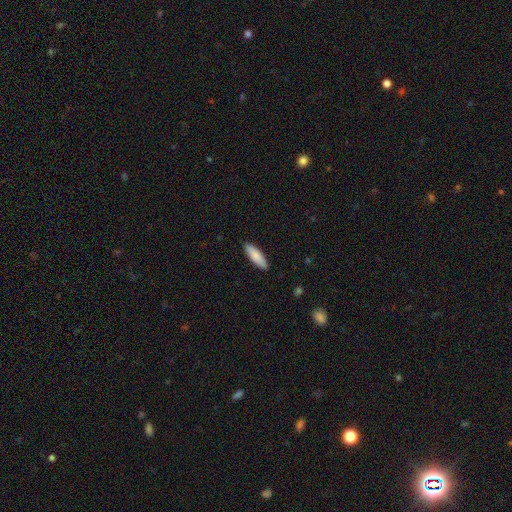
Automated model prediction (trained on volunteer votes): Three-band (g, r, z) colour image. It shows a smooth galaxy with no disk features (84%) that is cigar-shaped (50%). Merging: none (90%).